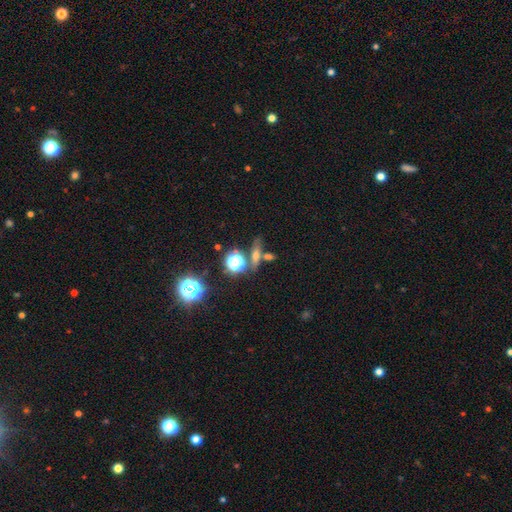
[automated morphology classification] The model was most divided on "smooth or featured": smooth: 46%, featured or disk: 29%, star or artifact: 25%. More confident: merging — none (65%).